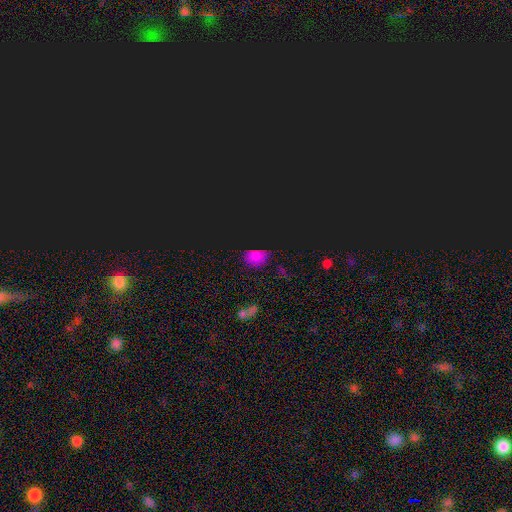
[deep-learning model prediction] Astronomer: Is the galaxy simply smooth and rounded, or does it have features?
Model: star or artifact — 51% (runner-up: smooth, 42%).